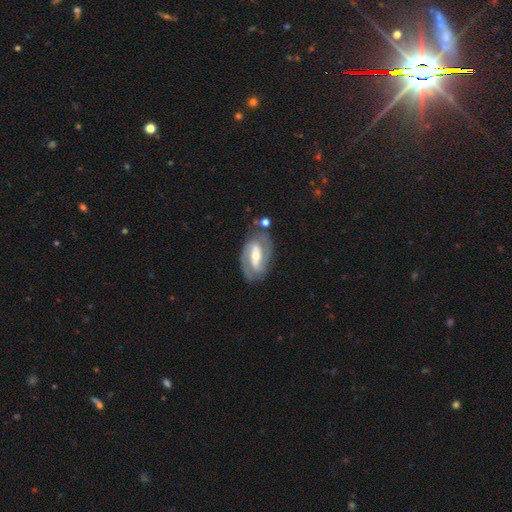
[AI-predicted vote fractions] Smooth or featured: featured or disk — 87% (smooth — 8%)
Edge-on disk: no — 96% (yes — 4%)
Bar: strong — 53% (weak — 34%)
Spiral arms: yes — 94% (no — 6%)
Spiral winding: medium — 45% (tight — 43%)
Spiral arm count: 2 — 88% (can't tell — 5%)
Bulge size: moderate — 60% (small — 32%)
Merging: none — 78% (minor disturbance — 14%)